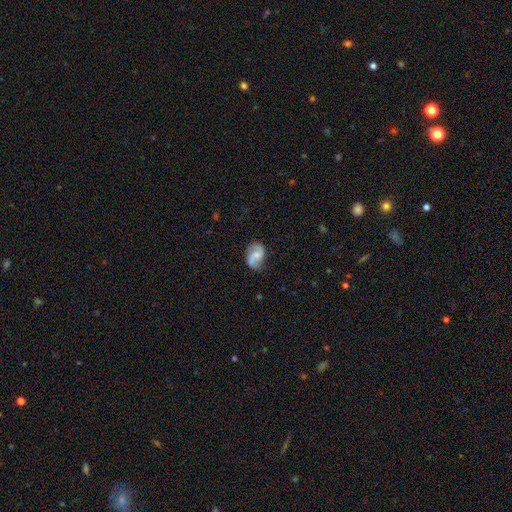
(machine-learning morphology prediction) smooth-or-featured: featured or disk: 75% | smooth: 19% | star or artifact: 6%
  disk-edge-on: no: 98% | yes: 2%
    bar: no: 45% | weak: 44% | strong: 11%
    has-spiral-arms: yes: 94% | no: 6%
      spiral-winding: loose: 46% | medium: 40% | tight: 13%
      spiral-arm-count: 2: 91% | can't tell: 4% | 1: 2% | 3: 1% | 4: 1% | more than 4: 1%
    bulge-size: small: 42% | moderate: 39% | none: 14% | large: 3% | dominant: 1%
  merging: none: 75% | minor disturbance: 18% | major disturbance: 6% | merger: 2%